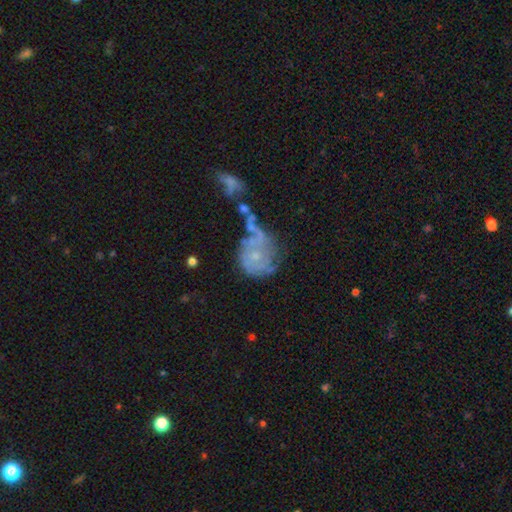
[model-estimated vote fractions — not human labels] This is likely a featured or disk galaxy (66%). It is clearly not viewed edge-on (97%). Bar: likely no (78%). Spiral arm pattern: likely yes (68%). Central bulge: likely small (65%). Merging: marginally none (30%).